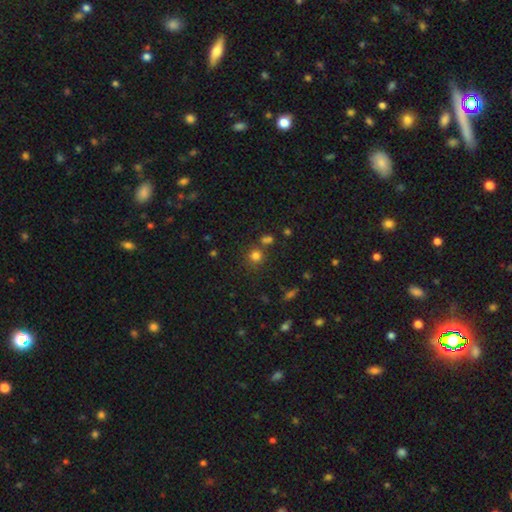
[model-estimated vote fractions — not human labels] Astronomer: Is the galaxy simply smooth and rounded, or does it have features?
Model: smooth — 76%.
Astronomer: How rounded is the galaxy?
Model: round — 90%.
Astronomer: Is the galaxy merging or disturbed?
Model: none — 71%.